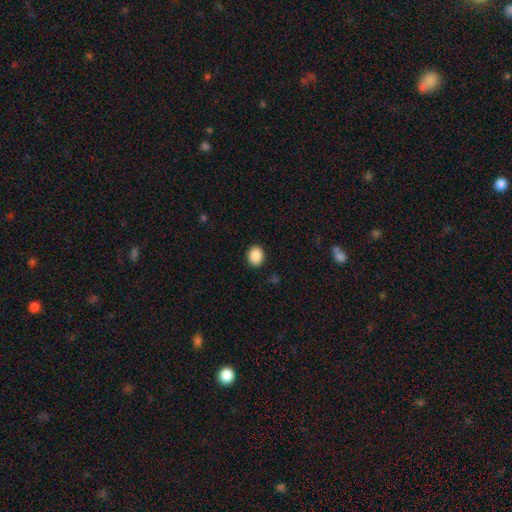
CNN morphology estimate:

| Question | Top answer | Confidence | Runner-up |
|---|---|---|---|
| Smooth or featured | smooth | 89% | star or artifact (8%) |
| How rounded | in between | 50% | round (49%) |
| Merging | none | 90% | minor disturbance (7%) |